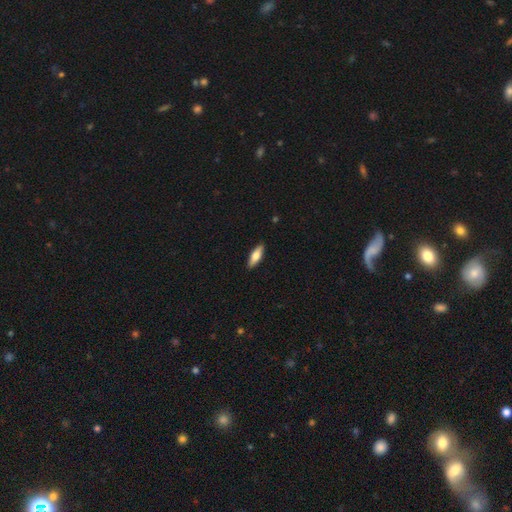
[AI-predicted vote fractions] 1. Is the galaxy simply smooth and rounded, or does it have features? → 66% smooth, 29% featured or disk, 6% star or artifact.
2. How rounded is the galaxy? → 55% in between, 43% cigar-shaped, 2% round.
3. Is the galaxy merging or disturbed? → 89% none, 8% minor disturbance, 2% major disturbance, 1% merger.